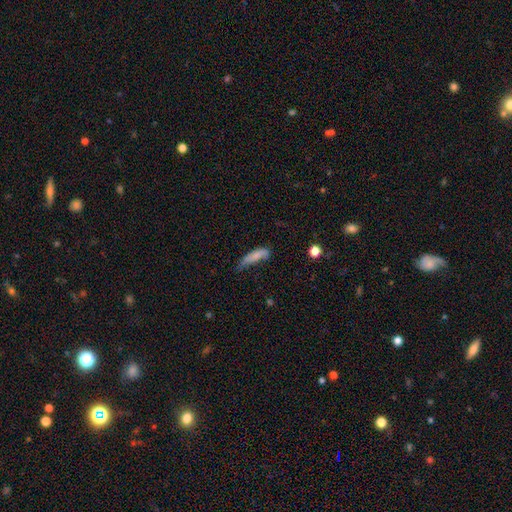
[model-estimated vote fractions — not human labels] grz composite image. It shows a smooth galaxy with no disk features (75%) that is cigar-shaped (59%). Merging: minor disturbance (39%).